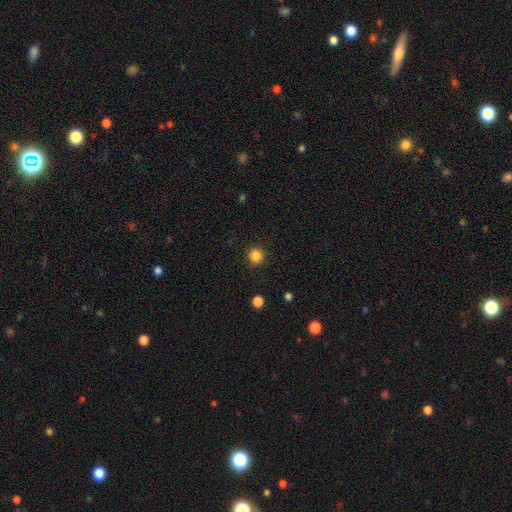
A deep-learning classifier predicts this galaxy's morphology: Q: Smooth or featured?
A: smooth (85%); runner-up: star or artifact (12%)
Q: How rounded?
A: round (94%); runner-up: in between (5%)
Q: Merging?
A: none (89%); runner-up: minor disturbance (7%)